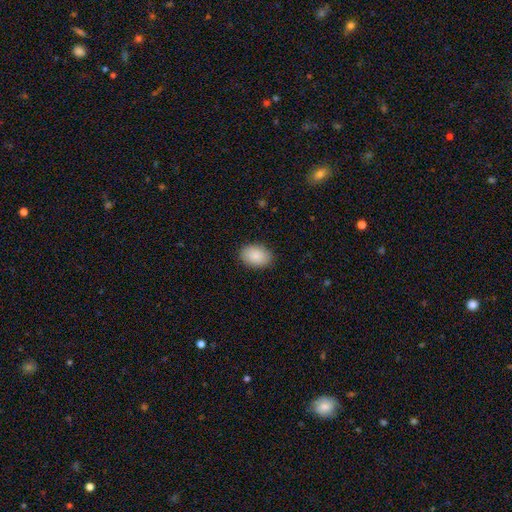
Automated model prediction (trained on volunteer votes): Smooth or featured: smooth — 88% (star or artifact — 6%)
How rounded: in between — 83% (round — 16%)
Merging: none — 88% (minor disturbance — 9%)